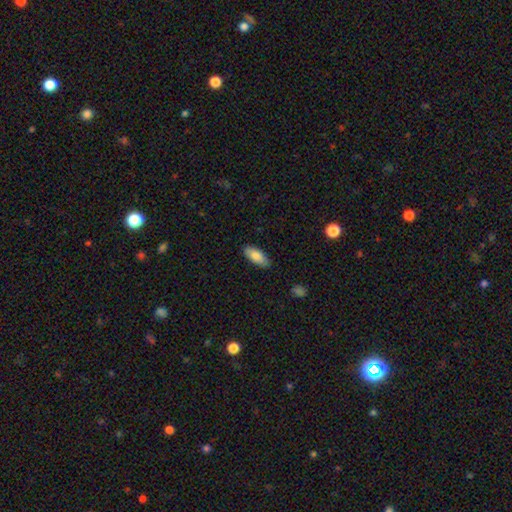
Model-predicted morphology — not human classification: Overall: smooth (84%). How rounded: in between (83%). Merging: none (86%).